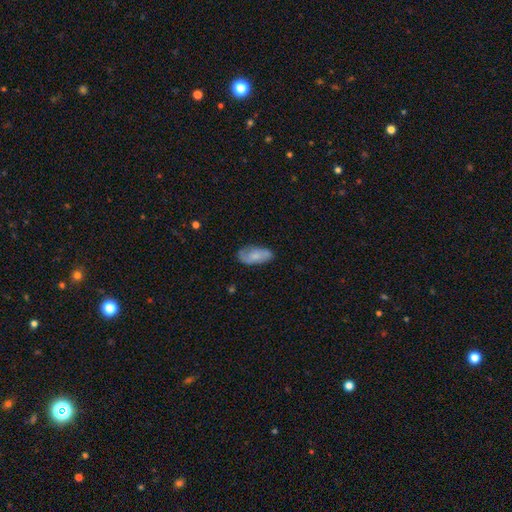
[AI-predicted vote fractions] Smooth or featured? Predicted: smooth (p=0.58). How rounded? Predicted: in between (p=0.90). Merging? Predicted: none (p=0.68).